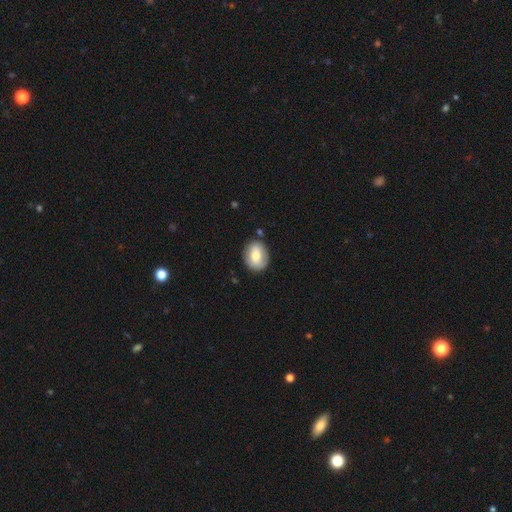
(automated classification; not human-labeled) Q: Smooth or featured?
A: smooth (66%); runner-up: featured or disk (27%)
Q: How rounded?
A: round (52%); runner-up: in between (47%)
Q: Merging?
A: none (82%); runner-up: minor disturbance (12%)